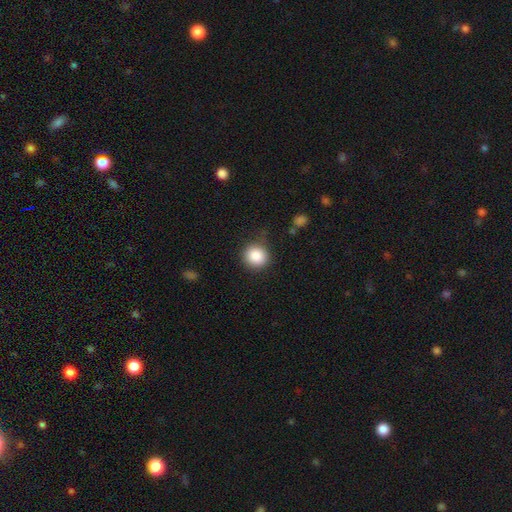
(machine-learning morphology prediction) Overall: smooth (87%). How rounded: round (91%). Merging: none (81%).